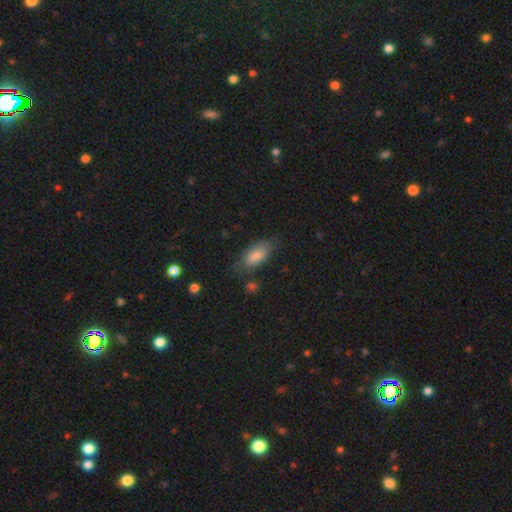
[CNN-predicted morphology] Overall: smooth (76%). How rounded: in between (85%). Merging: none (64%; minor disturbance 25%).